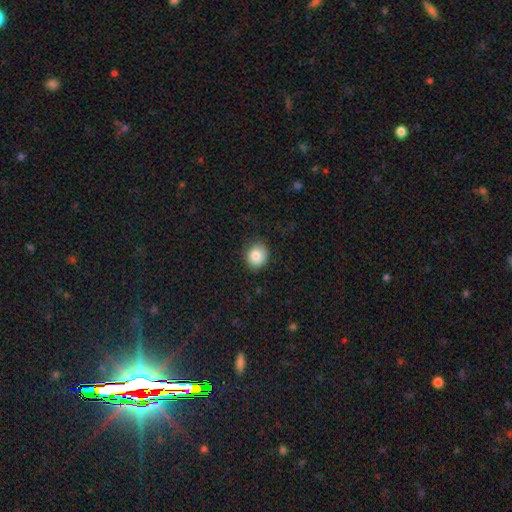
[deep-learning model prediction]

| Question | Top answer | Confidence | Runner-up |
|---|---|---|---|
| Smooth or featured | smooth | 83% | star or artifact (9%) |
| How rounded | round | 75% | in between (24%) |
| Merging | none | 85% | minor disturbance (11%) |